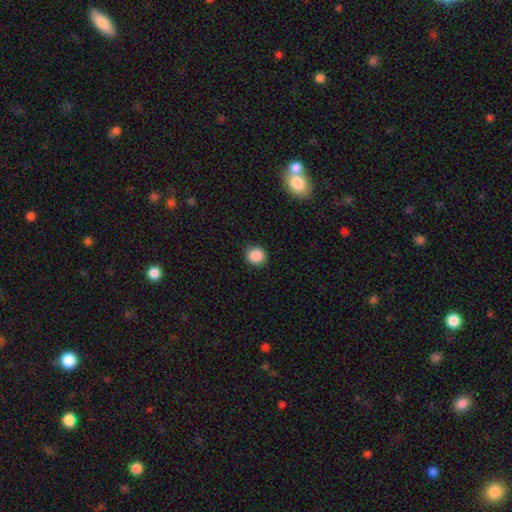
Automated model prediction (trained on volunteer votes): Smooth or featured? Predicted: smooth (p=0.87). How rounded? Predicted: round (p=0.87). Merging? Predicted: none (p=0.88).